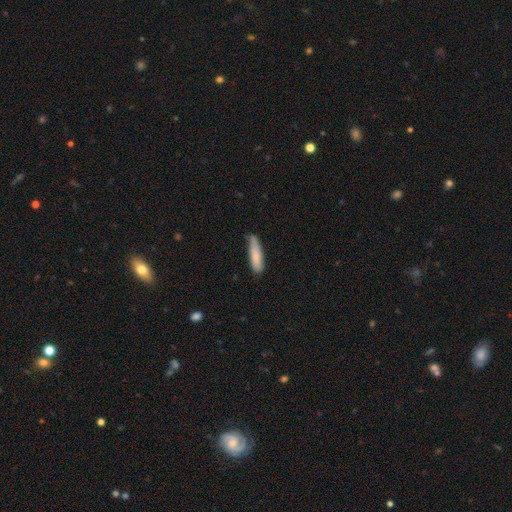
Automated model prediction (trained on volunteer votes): Overall: smooth (80%). How rounded: cigar-shaped (72%). Merging: none (63%; minor disturbance 30%).